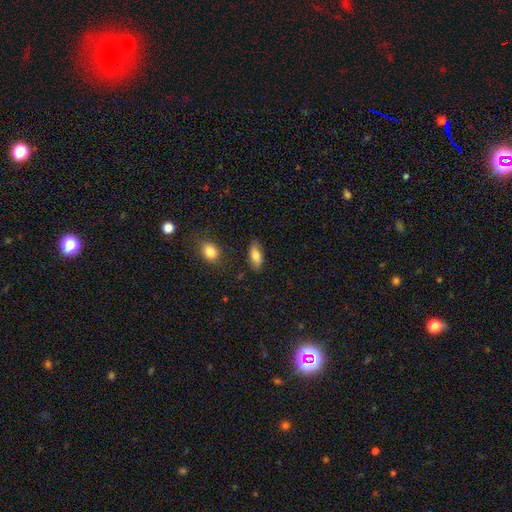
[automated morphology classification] Smooth or featured?
  - smooth: 78% *
  - featured or disk: 15%
  - star or artifact: 7%
How rounded?
  - in between: 84% *
  - cigar-shaped: 12%
  - round: 3%
Merging?
  - none: 83% *
  - minor disturbance: 12%
  - major disturbance: 3%
  - merger: 2%